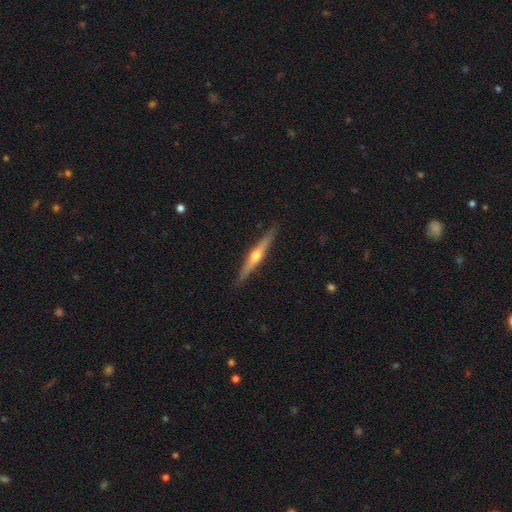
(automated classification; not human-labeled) Morphology: type=featured or disk (70%); edge-on=yes (97%); edge-on bulge=rounded (92%); merging=none (90%).